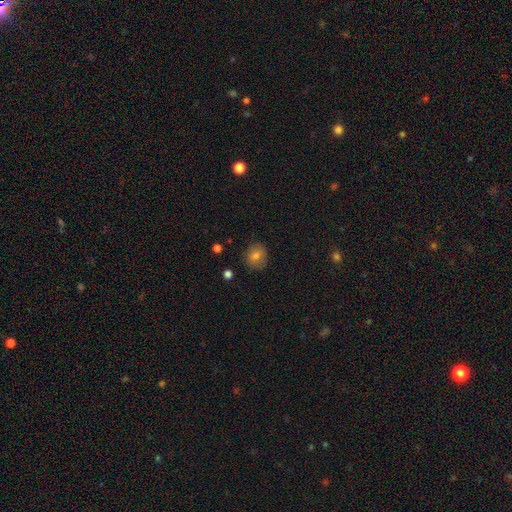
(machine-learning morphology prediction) Smooth or featured: smooth — 76% (featured or disk — 12%)
How rounded: round — 75% (in between — 24%)
Merging: none — 85% (minor disturbance — 11%)